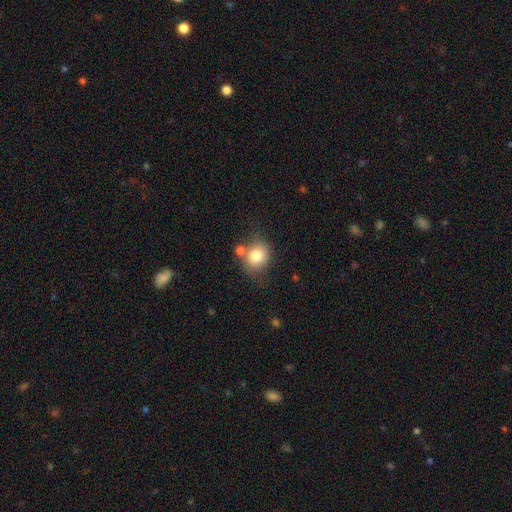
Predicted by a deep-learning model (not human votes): This appears to be a smooth galaxy with no disk features (78%) that is round (73%). Merging: none (59%).